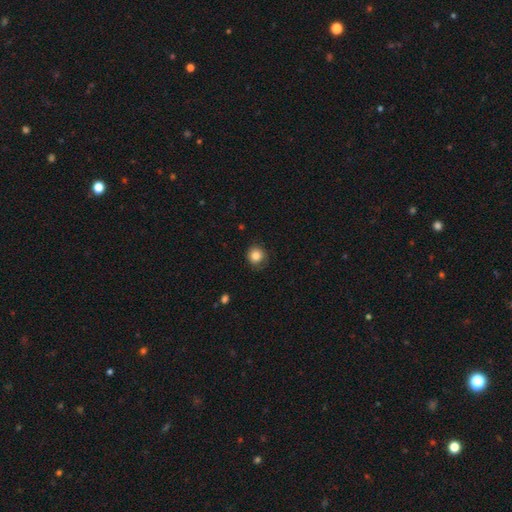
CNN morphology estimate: A smooth galaxy with no disk features (84%) that is round (90%).

Vote fractions:
- Smooth or featured? smooth: 84% / star or artifact: 10% / featured or disk: 6%
- How rounded? round: 90% / in between: 9% / cigar-shaped: 1%
- Merging? none: 80% / minor disturbance: 16% / major disturbance: 4% / merger: 1%